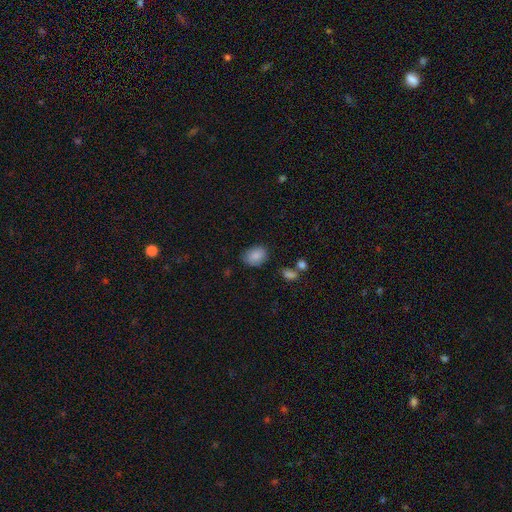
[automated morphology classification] A smooth galaxy with no disk features (86%) that is in between round and cigar-shaped (69%). Merging: none (78%).